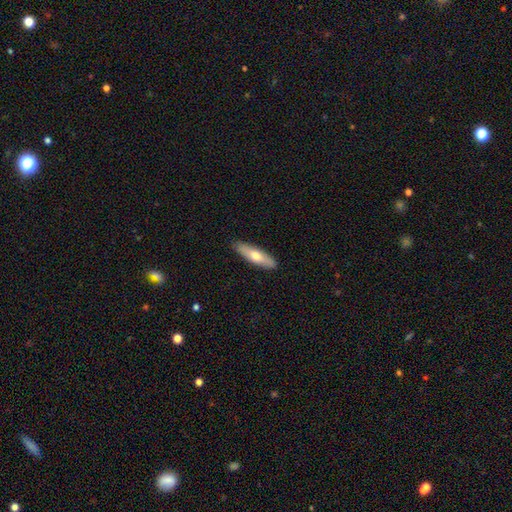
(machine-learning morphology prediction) This is likely a smooth galaxy (62%). How rounded: likely cigar-shaped (65%). Merging: clearly none (89%).